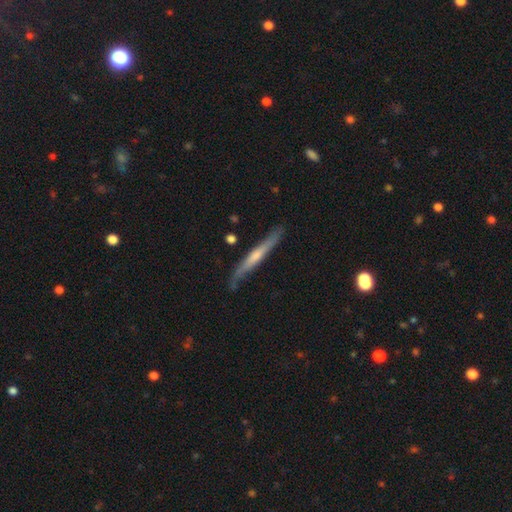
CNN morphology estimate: Smooth or featured? Predicted: featured or disk (p=0.58). Edge-on disk? Predicted: yes (p=0.93). Edge-on bulge? Predicted: rounded (p=0.46). Merging? Predicted: none (p=0.78).